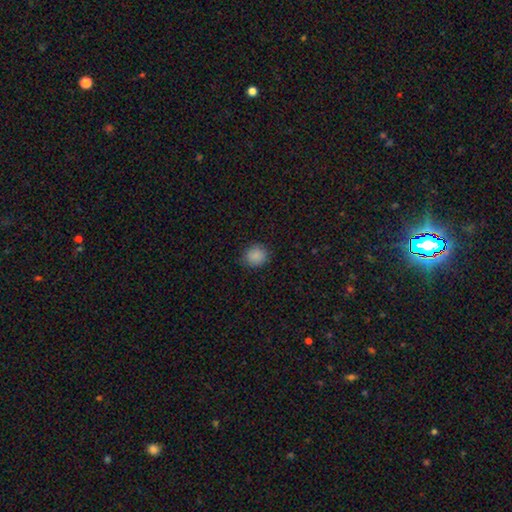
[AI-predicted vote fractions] Smooth or featured? smooth (87%)
How rounded? round (85%)
Merging? none (86%)